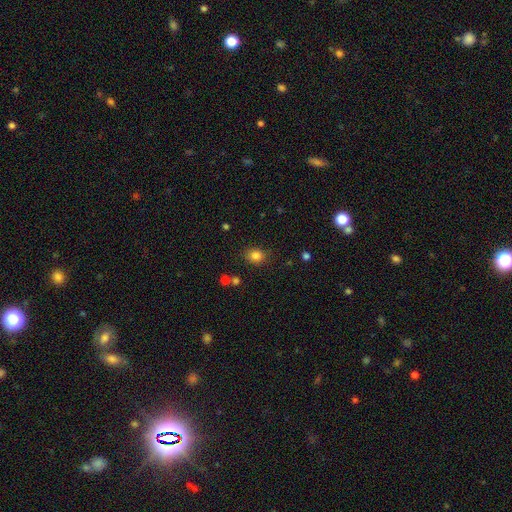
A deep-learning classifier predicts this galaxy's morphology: type=smooth (82%); roundness=round (63%); merging=none (84%).